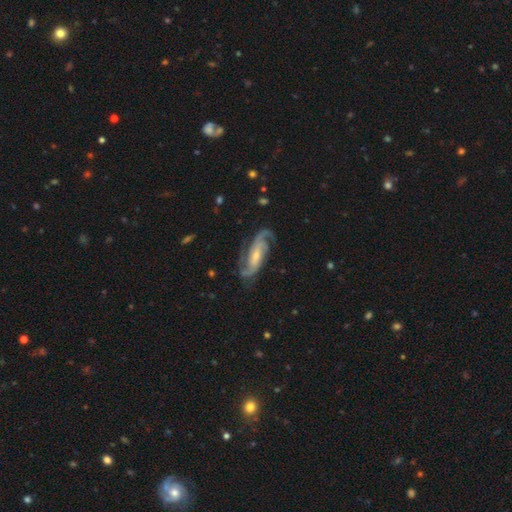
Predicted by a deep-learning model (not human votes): A featured or disk galaxy (90%) with no bar (44%), 2 (64%) medium (50%) spiral arms (98%) and a small central bulge (57%). Merging: none (76%).